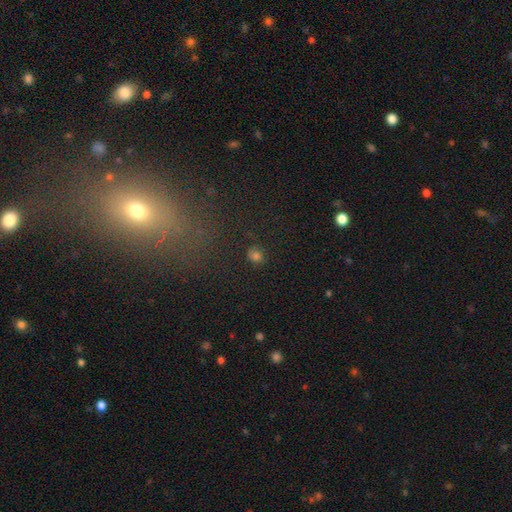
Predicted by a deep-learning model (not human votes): Smooth or featured: smooth — 73% (star or artifact — 20%)
How rounded: round — 79% (in between — 20%)
Merging: none — 82% (minor disturbance — 11%)